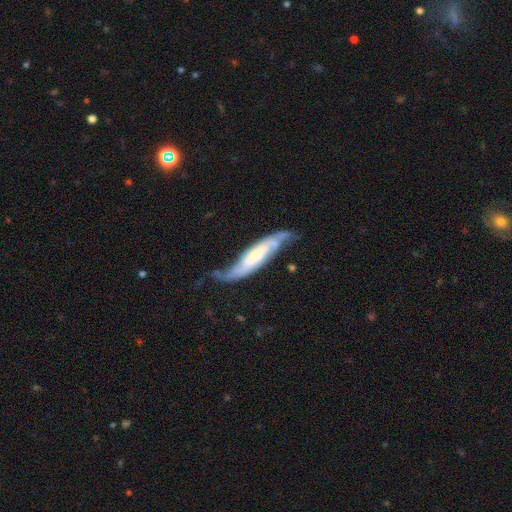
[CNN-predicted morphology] featured or disk 71%, smooth 23%, star or artifact 5%. Down the decision tree: edge-on disk — no (71%); bar — no (46%); spiral arms — yes (91%); bulge size — small (41%); merging — none (51%).